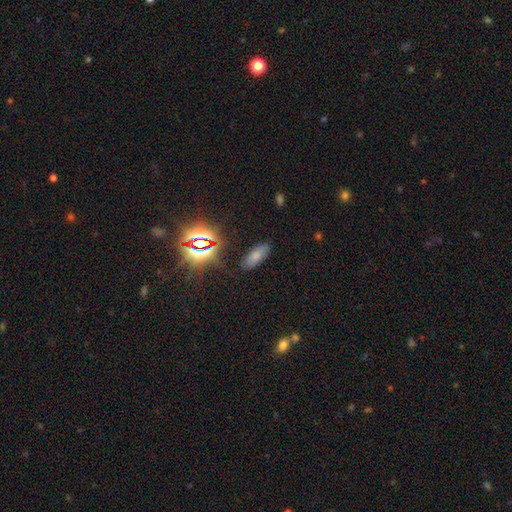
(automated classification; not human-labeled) smooth_or_featured: smooth (p=0.69) [alt: star or artifact p=0.20]
how_rounded: in between (p=0.78) [alt: cigar-shaped p=0.18]
merging: none (p=0.83) [alt: minor disturbance p=0.11]